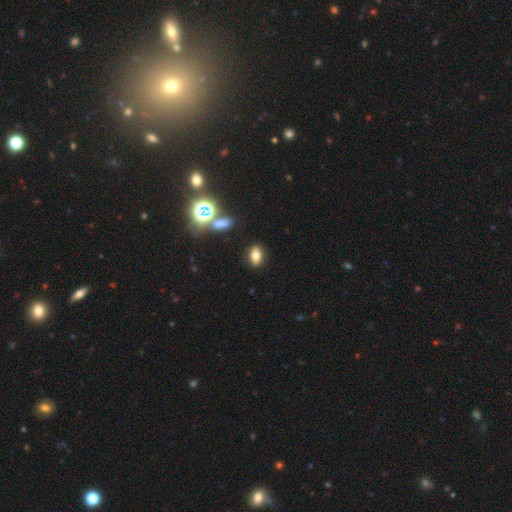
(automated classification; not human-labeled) The model was most divided on "smooth or featured": smooth: 73%, star or artifact: 15%, featured or disk: 11%. More confident: merging — none (87%); how rounded — in between (80%).